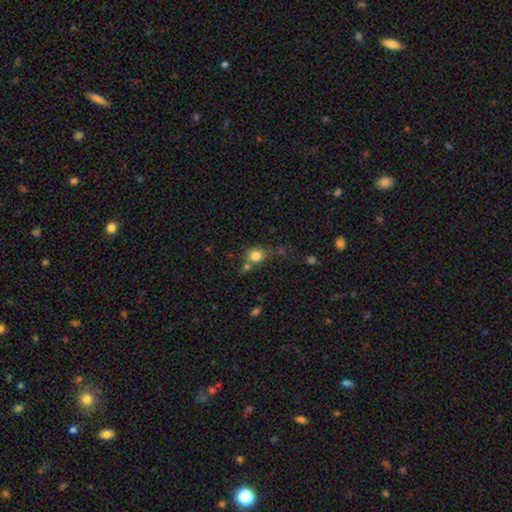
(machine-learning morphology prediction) smooth 81%, star or artifact 11%, featured or disk 8%. Down the decision tree: how rounded — round (71%); merging — none (56%).